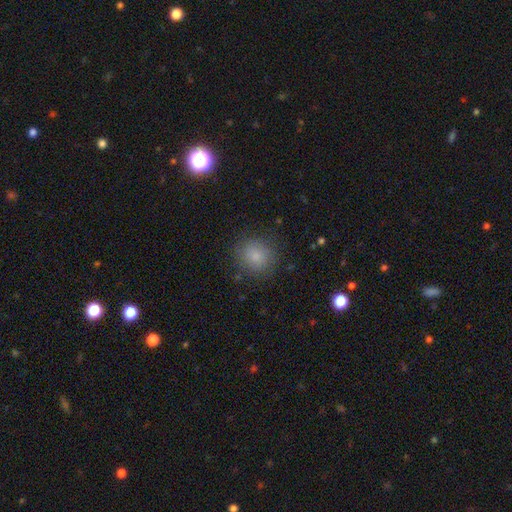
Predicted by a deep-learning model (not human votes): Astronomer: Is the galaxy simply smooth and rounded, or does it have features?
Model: smooth — 81%.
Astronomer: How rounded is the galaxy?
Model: round — 87%.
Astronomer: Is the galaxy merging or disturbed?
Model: none — 82%.